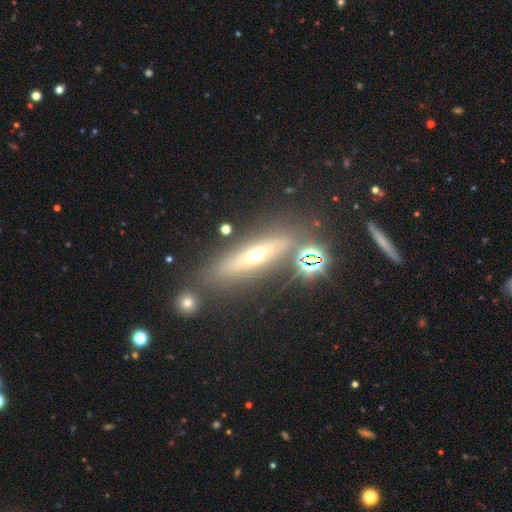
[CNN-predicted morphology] smooth-or-featured: featured or disk: 52% | smooth: 33% | star or artifact: 15%
  disk-edge-on: yes: 79% | no: 21%
  merging: none: 76% | minor disturbance: 12% | merger: 6% | major disturbance: 6%